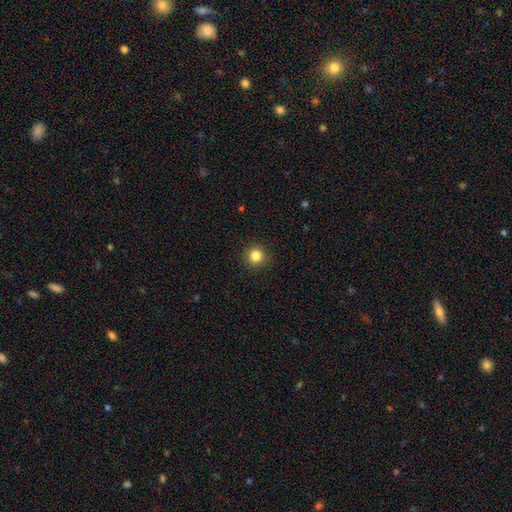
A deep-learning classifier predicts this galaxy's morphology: Overall: smooth (84%). How rounded: round (94%). Merging: none (92%).